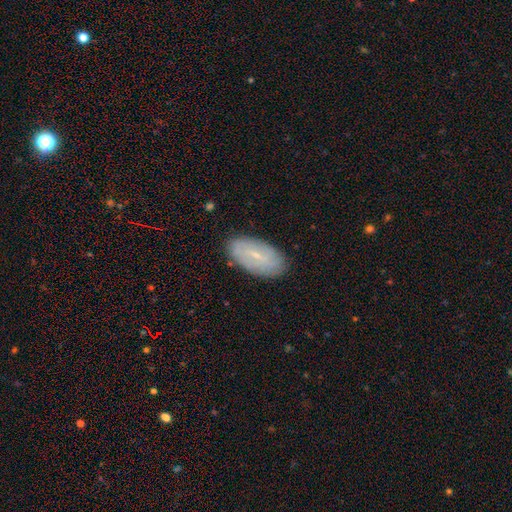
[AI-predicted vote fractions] The model was most divided on "smooth or featured": featured or disk: 50%, smooth: 41%, star or artifact: 9%. More confident: edge-on disk — no (90%); merging — none (85%).